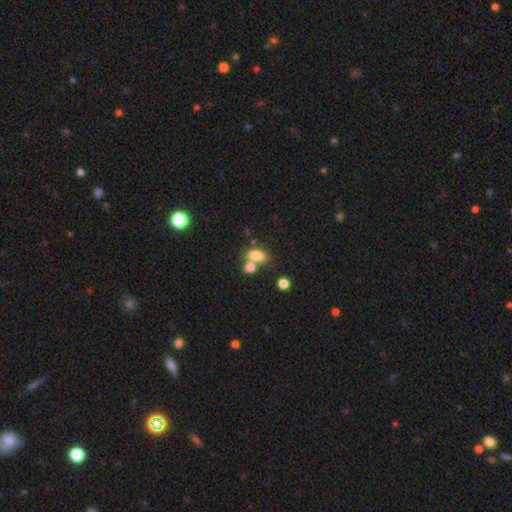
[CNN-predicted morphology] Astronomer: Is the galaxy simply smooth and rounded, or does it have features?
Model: smooth — 78%.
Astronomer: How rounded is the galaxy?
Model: in between — 84%.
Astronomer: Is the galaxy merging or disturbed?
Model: merger — 52% (runner-up: none, 33%).